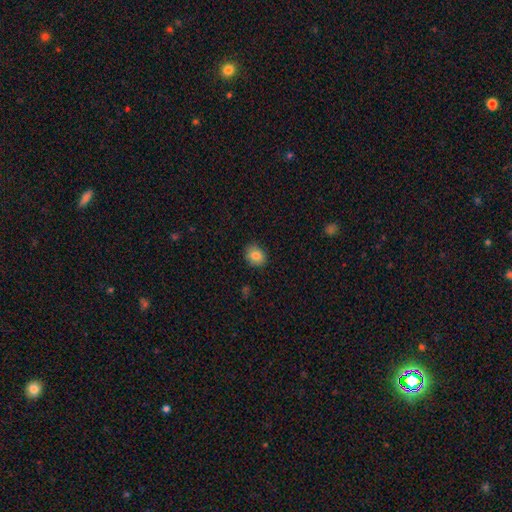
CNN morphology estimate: A smooth galaxy with no disk features (84%) that is round (59%).

Vote fractions:
- Smooth or featured? smooth: 84% / star or artifact: 9% / featured or disk: 7%
- How rounded? round: 59% / in between: 40% / cigar-shaped: 1%
- Merging? none: 86% / minor disturbance: 11% / major disturbance: 2% / merger: 1%